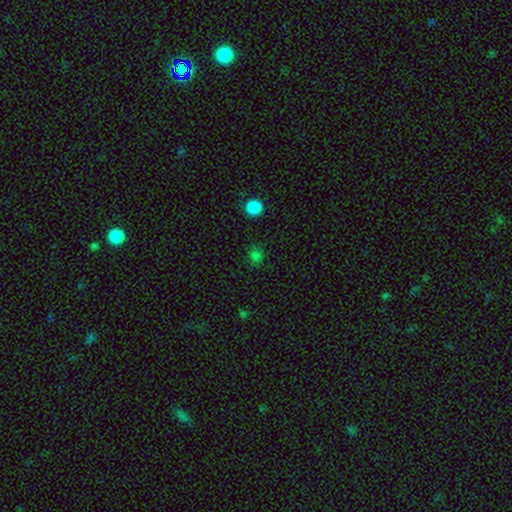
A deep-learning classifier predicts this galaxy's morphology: smooth 77%, star or artifact 20%, featured or disk 4%. Down the decision tree: how rounded — round (83%); merging — none (85%).